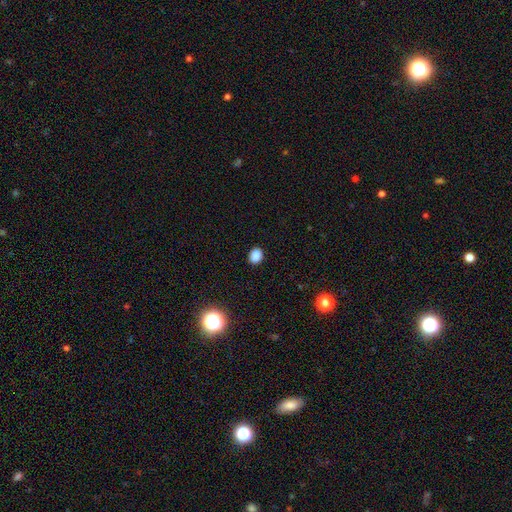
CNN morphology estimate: This is clearly a smooth galaxy (86%). How rounded: possibly round (51%). Merging: clearly none (90%).